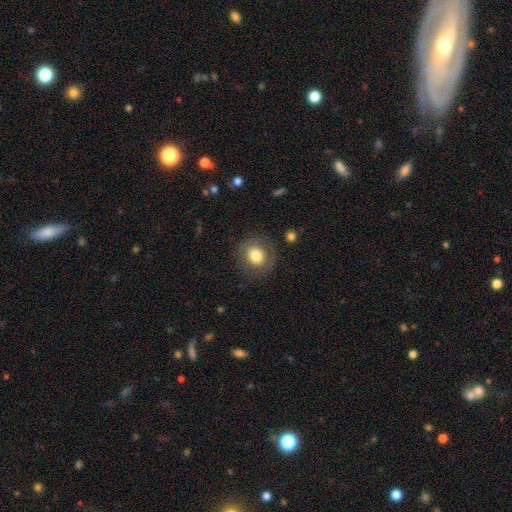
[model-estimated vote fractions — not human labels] Smooth or featured? smooth (76%)
How rounded? round (86%)
Merging? none (83%)